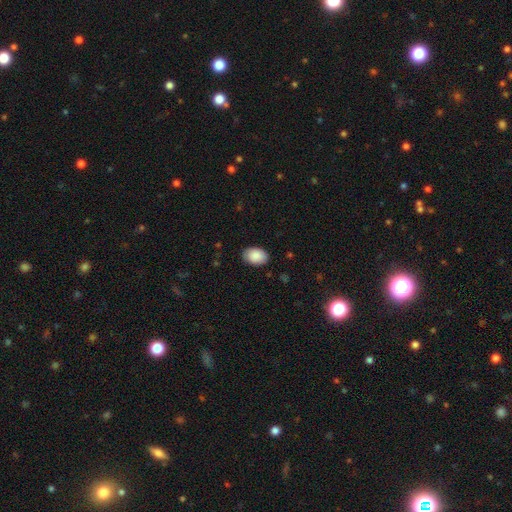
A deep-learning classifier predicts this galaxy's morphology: A smooth galaxy with no disk features (89%) that is in between round and cigar-shaped (86%).

Vote fractions:
- Smooth or featured? smooth: 89% / star or artifact: 6% / featured or disk: 5%
- How rounded? in between: 86% / round: 13% / cigar-shaped: 1%
- Merging? none: 85% / minor disturbance: 12% / major disturbance: 2% / merger: 1%